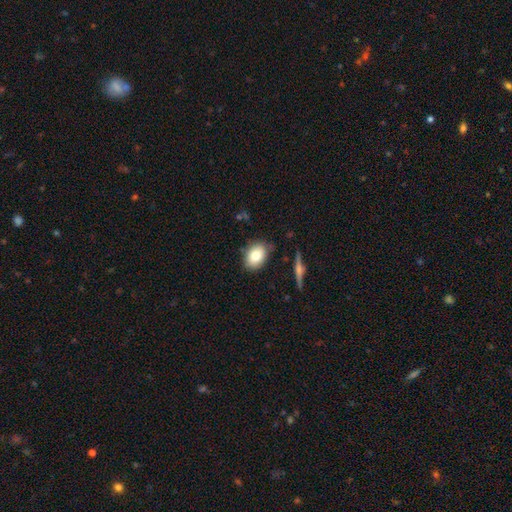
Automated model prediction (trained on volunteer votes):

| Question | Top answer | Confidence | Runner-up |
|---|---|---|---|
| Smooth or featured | smooth | 78% | featured or disk (13%) |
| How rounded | in between | 76% | round (22%) |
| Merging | none | 81% | minor disturbance (14%) |